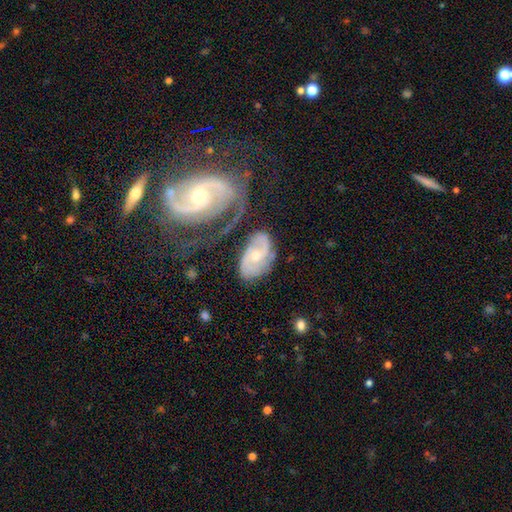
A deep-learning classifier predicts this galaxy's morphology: This is likely a featured or disk galaxy (79%). It is clearly not viewed edge-on (96%). Bar: possibly no (56%). Spiral arm pattern: clearly yes (93%). Spiral arm count: likely 2 (70%). Spiral winding: possibly medium (45%). Central bulge: possibly small (52%). Merging: possibly none (52%).